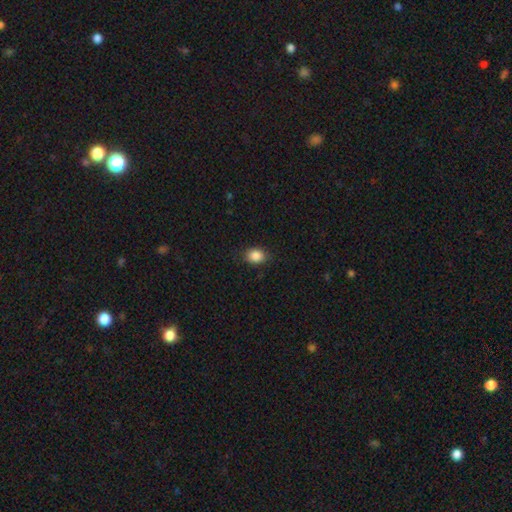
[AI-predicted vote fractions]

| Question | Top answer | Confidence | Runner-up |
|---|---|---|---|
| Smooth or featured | smooth | 87% | star or artifact (9%) |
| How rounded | in between | 59% | round (40%) |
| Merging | none | 86% | minor disturbance (11%) |